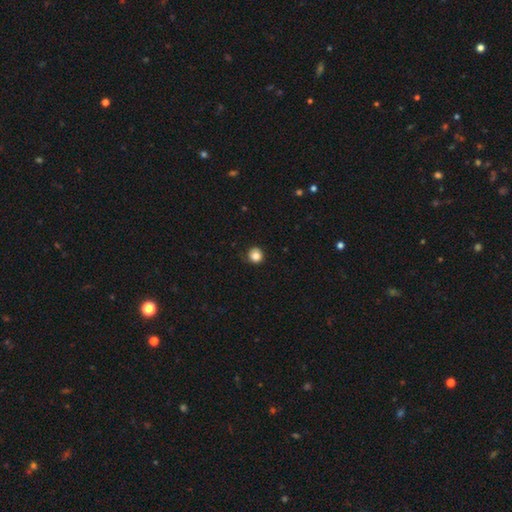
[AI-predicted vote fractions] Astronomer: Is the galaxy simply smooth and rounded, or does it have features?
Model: smooth — 84%.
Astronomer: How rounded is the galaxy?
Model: round — 92%.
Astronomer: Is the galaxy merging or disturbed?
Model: none — 86%.